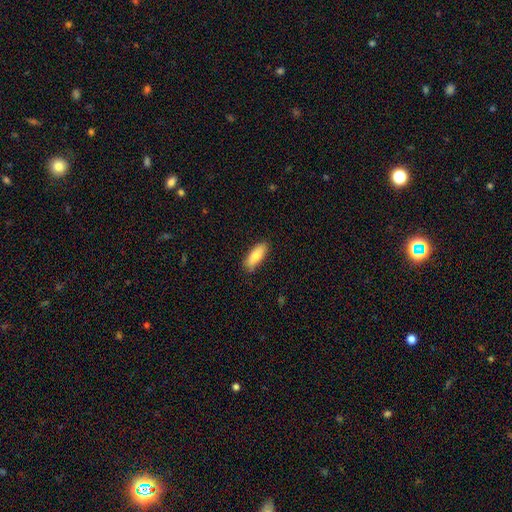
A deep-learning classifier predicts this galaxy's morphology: A smooth galaxy with no disk features (79%) that is in between round and cigar-shaped (70%). Merging: none (82%).